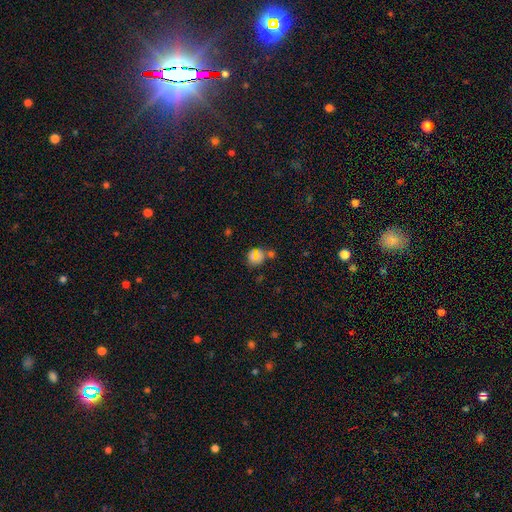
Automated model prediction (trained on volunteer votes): A smooth galaxy with no disk features (52%) that is round (75%).

Vote fractions:
- Smooth or featured? smooth: 52% / star or artifact: 34% / featured or disk: 14%
- How rounded? round: 75% / in between: 23% / cigar-shaped: 2%
- Merging? none: 59% / merger: 16% / minor disturbance: 15% / major disturbance: 9%